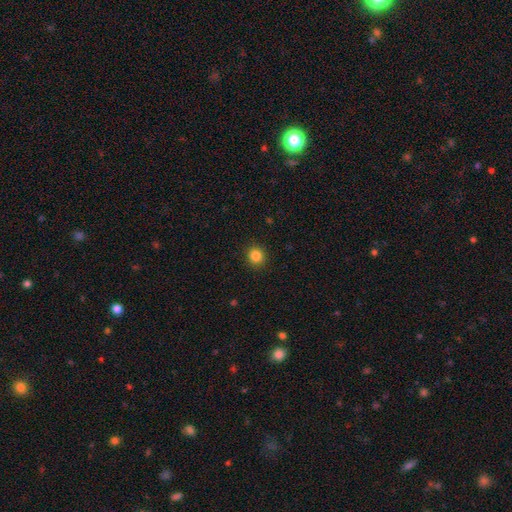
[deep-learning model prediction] This appears to be a smooth galaxy with no disk features (85%) that is round (87%). Merging: none (91%).